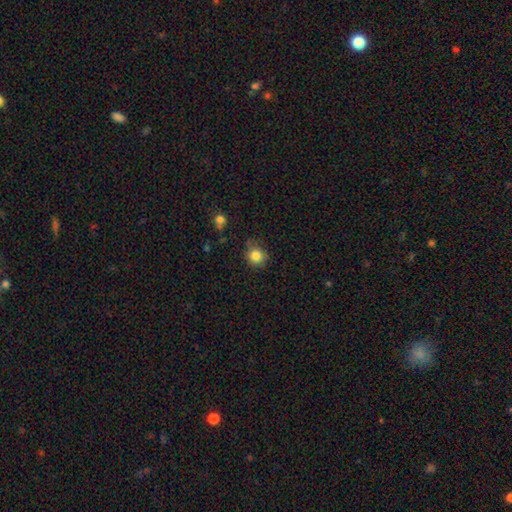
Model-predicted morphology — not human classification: smooth-or-featured: smooth: 84% | star or artifact: 11% | featured or disk: 6%
  how-rounded: round: 89% | in between: 10% | cigar-shaped: 1%
  merging: none: 79% | minor disturbance: 15% | major disturbance: 3% | merger: 3%